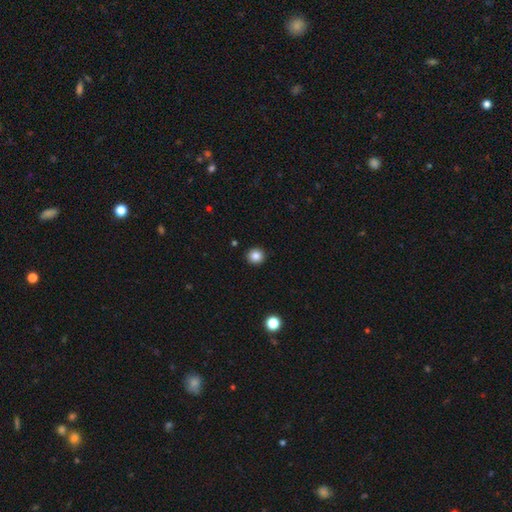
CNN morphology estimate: smooth-or-featured: smooth: 84% | star or artifact: 11% | featured or disk: 5%
  how-rounded: round: 92% | in between: 7% | cigar-shaped: 1%
  merging: none: 92% | minor disturbance: 5% | major disturbance: 2% | merger: 1%